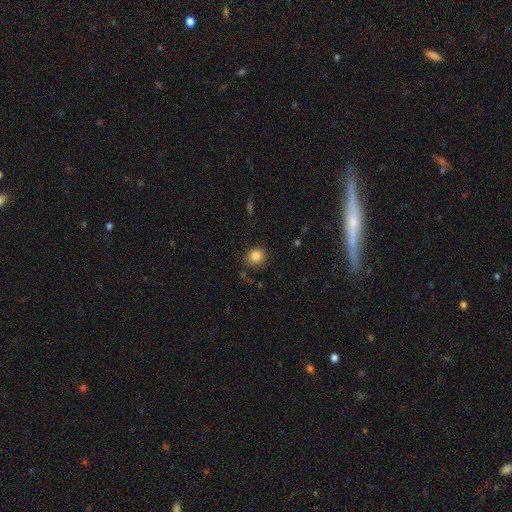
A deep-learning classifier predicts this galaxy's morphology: Smooth or featured? Predicted: smooth (p=0.85). How rounded? Predicted: round (p=0.68). Merging? Predicted: none (p=0.81).